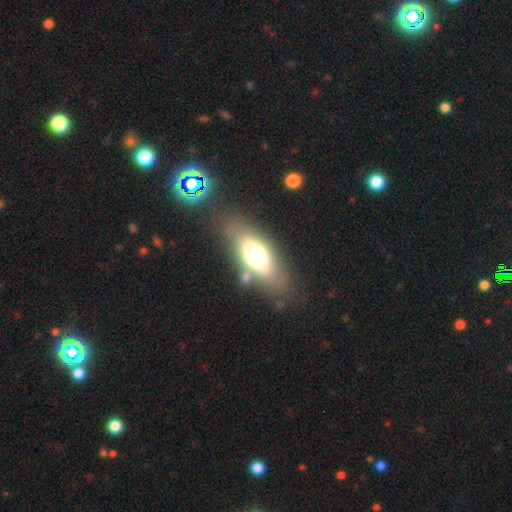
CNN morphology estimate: type=smooth (61%); roundness=in between (76%); merging=none (69%).